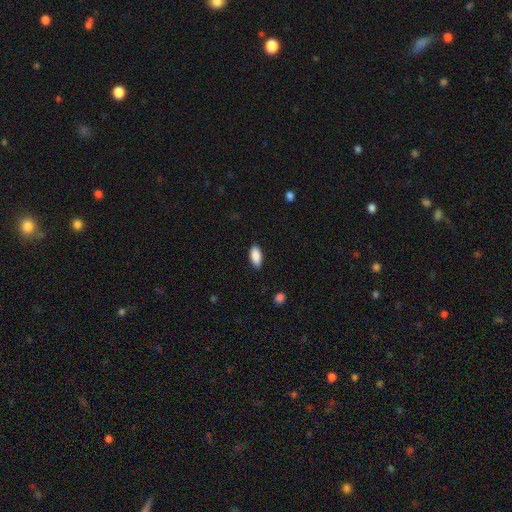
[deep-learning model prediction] Overall: smooth (89%). How rounded: in between (87%). Merging: none (87%).